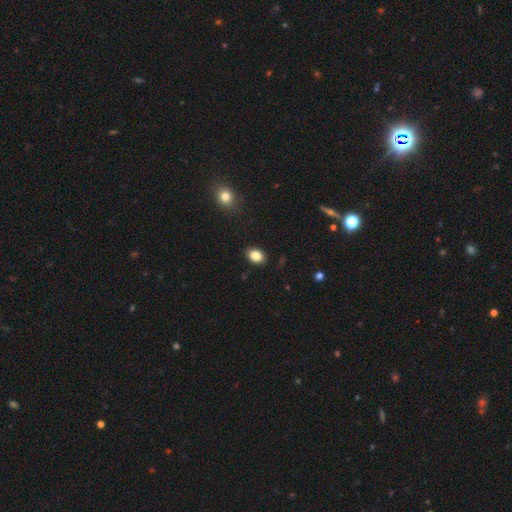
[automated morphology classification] type=smooth (85%); roundness=in between (75%); merging=none (89%).